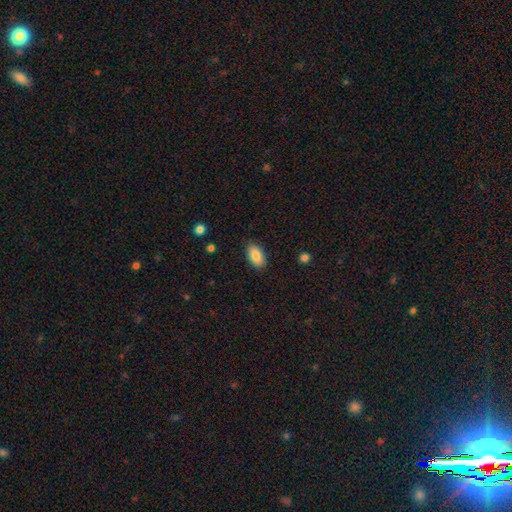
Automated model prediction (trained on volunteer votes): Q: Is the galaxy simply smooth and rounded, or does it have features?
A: smooth — 84%.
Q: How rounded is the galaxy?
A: in between — 93%.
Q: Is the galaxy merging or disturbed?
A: none — 87%.